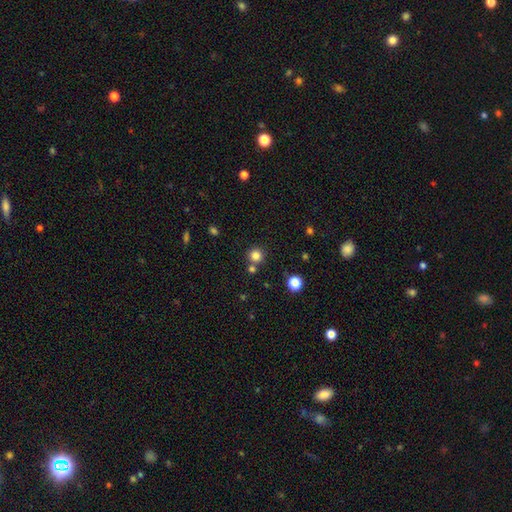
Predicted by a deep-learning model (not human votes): Q: Smooth or featured?
A: smooth (81%); runner-up: star or artifact (14%)
Q: How rounded?
A: round (94%); runner-up: in between (5%)
Q: Merging?
A: none (77%); runner-up: merger (13%)